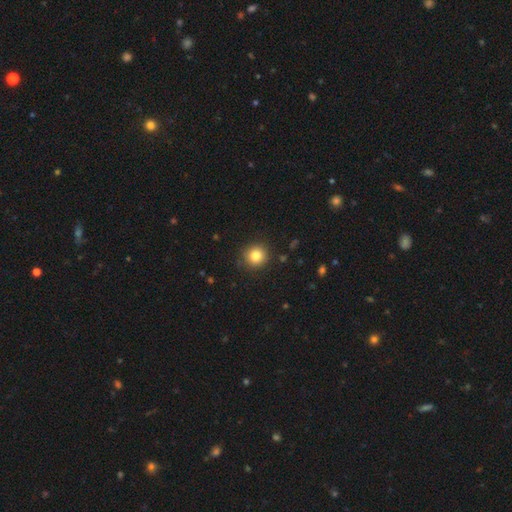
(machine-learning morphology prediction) Overall: smooth (83%). How rounded: round (91%). Merging: none (89%).